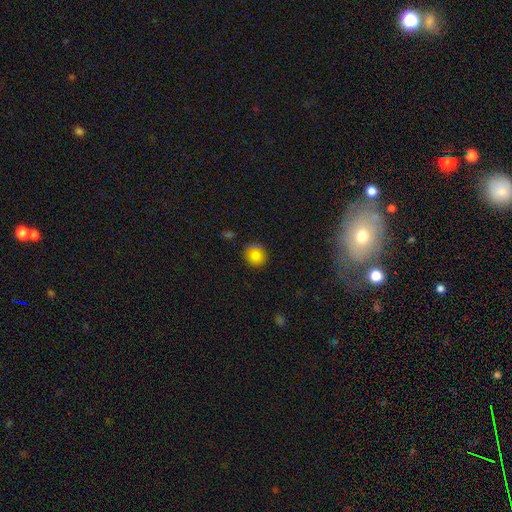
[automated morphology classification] smooth-or-featured: smooth: 82% | star or artifact: 11% | featured or disk: 7%
  how-rounded: round: 85% | in between: 14% | cigar-shaped: 1%
  merging: none: 75% | minor disturbance: 17% | merger: 4% | major disturbance: 4%